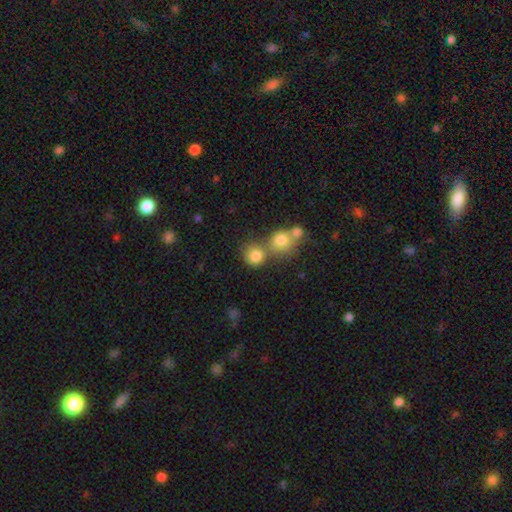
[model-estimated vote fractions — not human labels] The model was most divided on "merging": none: 46%, merger: 41%, minor disturbance: 9%, major disturbance: 4%. More confident: how rounded — round (82%); smooth or featured — smooth (81%).